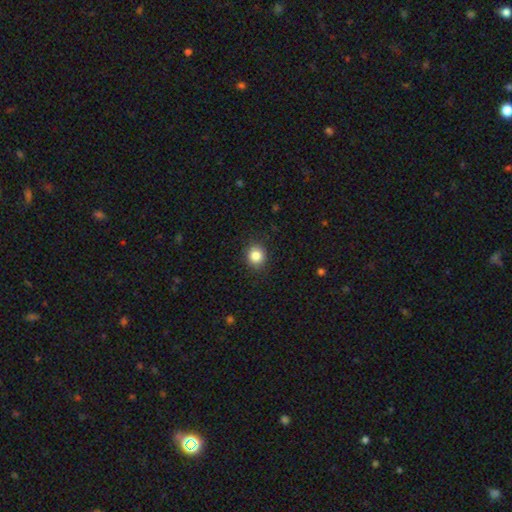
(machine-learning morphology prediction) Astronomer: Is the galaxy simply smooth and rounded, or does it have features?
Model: smooth — 85%.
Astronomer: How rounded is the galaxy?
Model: round — 79%.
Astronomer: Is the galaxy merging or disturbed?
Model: none — 89%.